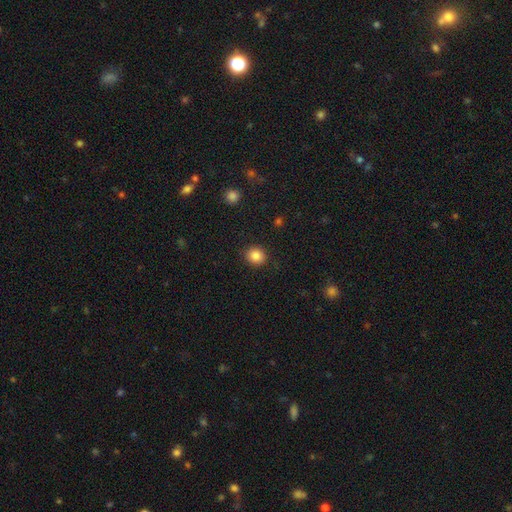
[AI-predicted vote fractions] Smooth or featured? smooth (86%)
How rounded? round (81%)
Merging? none (90%)